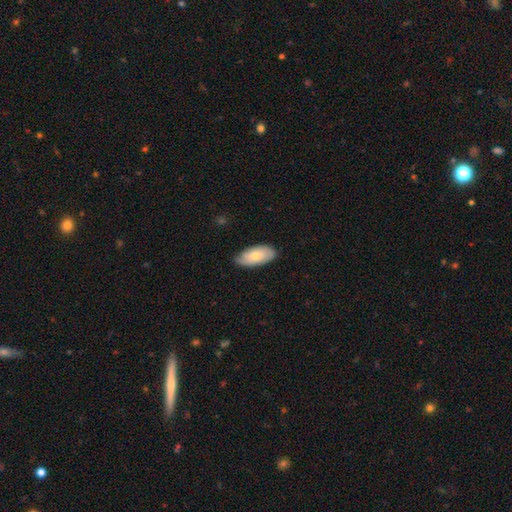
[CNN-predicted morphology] A smooth galaxy with no disk features (68%) that is in between round and cigar-shaped (92%). Merging: none (76%).